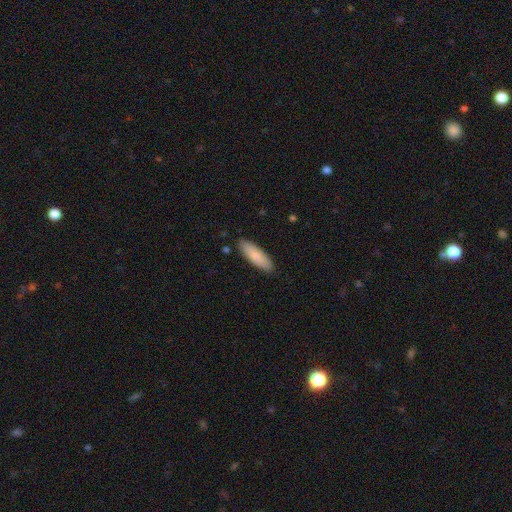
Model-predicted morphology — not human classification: Smooth or featured? Predicted: smooth (p=0.82). How rounded? Predicted: in between (p=0.51). Merging? Predicted: none (p=0.87).